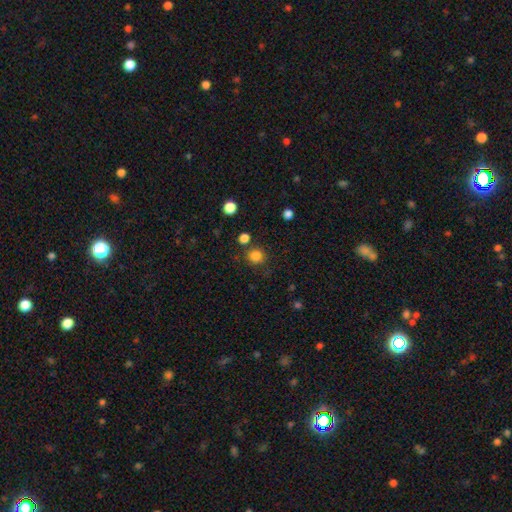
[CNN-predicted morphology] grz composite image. It shows a smooth galaxy with no disk features (83%) that is round (91%). Merging: none (81%).